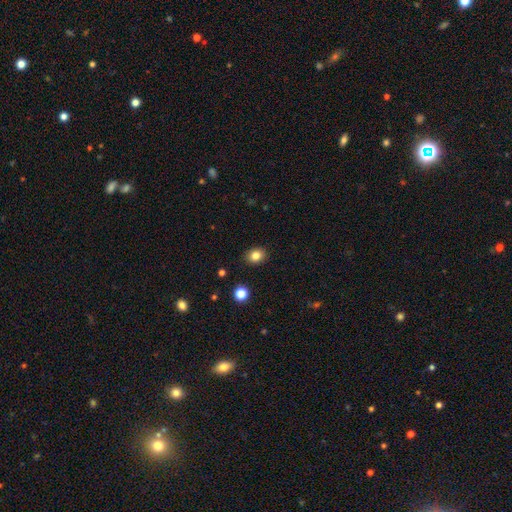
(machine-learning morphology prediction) Smooth or featured: smooth — 83% (star or artifact — 11%)
How rounded: round — 54% (in between — 45%)
Merging: none — 89% (minor disturbance — 8%)